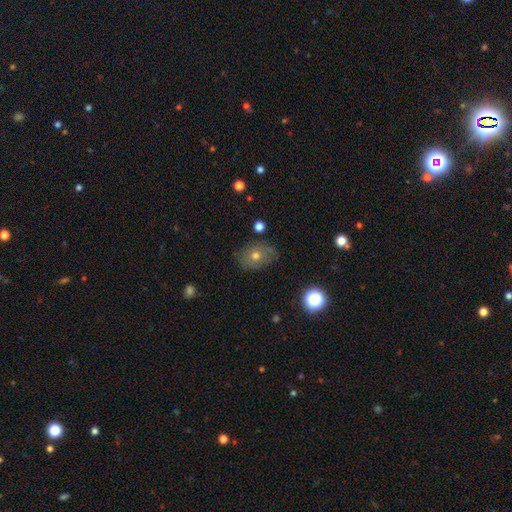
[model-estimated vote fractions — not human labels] smooth_or_featured: smooth (p=0.54) [alt: featured or disk p=0.31]
how_rounded: in between (p=0.64) [alt: round p=0.34]
merging: none (p=0.69) [alt: minor disturbance p=0.21]